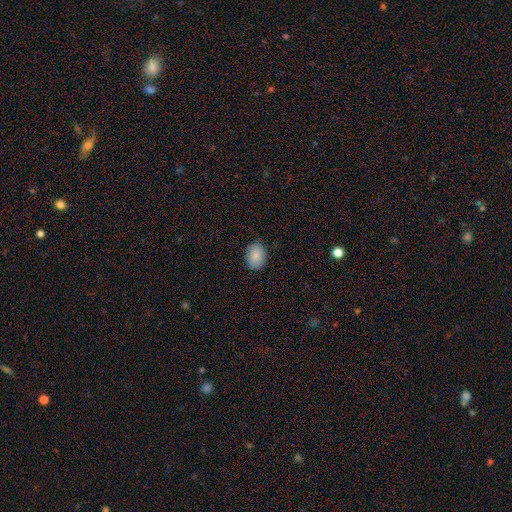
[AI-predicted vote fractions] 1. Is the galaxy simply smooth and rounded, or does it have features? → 86% smooth, 7% star or artifact, 7% featured or disk.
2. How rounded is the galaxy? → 68% in between, 31% round, 1% cigar-shaped.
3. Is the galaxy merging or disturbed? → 86% none, 11% minor disturbance, 2% major disturbance, 1% merger.